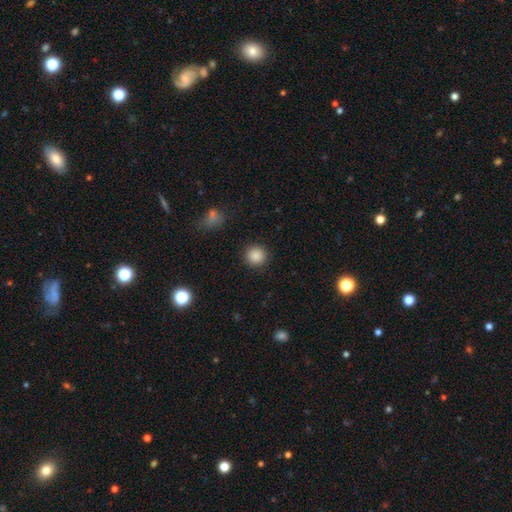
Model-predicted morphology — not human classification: This is clearly a smooth galaxy (87%). How rounded: clearly round (93%). Merging: clearly none (91%).